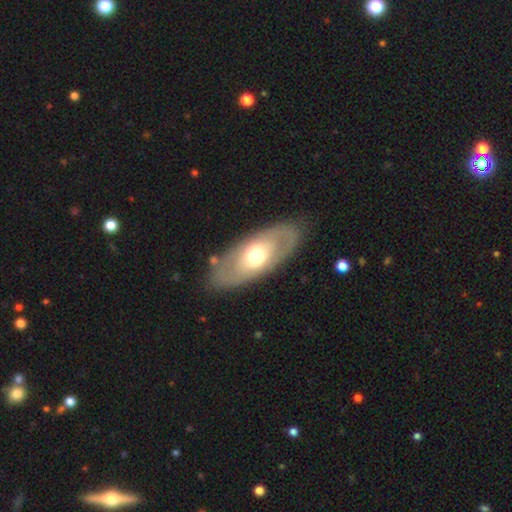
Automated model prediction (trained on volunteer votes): featured or disk 53%, smooth 42%, star or artifact 5%. Down the decision tree: edge-on disk — no (84%); merging — none (82%).